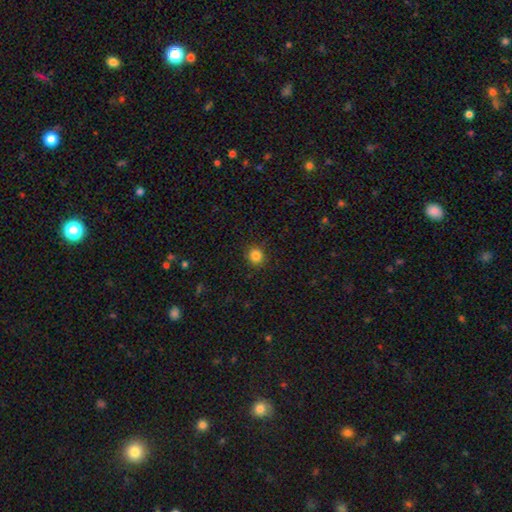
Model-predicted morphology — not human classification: smooth 84%, star or artifact 12%, featured or disk 4%. Down the decision tree: how rounded — round (90%); merging — none (89%).